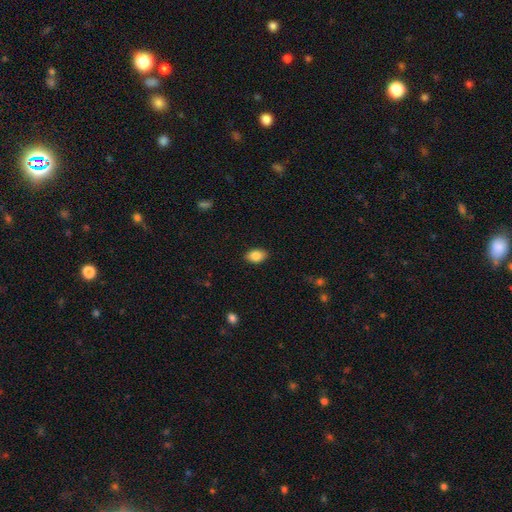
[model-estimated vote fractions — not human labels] A smooth galaxy with no disk features (86%) that is in between round and cigar-shaped (87%).

Vote fractions:
- Smooth or featured? smooth: 86% / star or artifact: 8% / featured or disk: 6%
- How rounded? in between: 87% / round: 12% / cigar-shaped: 1%
- Merging? none: 87% / minor disturbance: 10% / major disturbance: 2% / merger: 1%